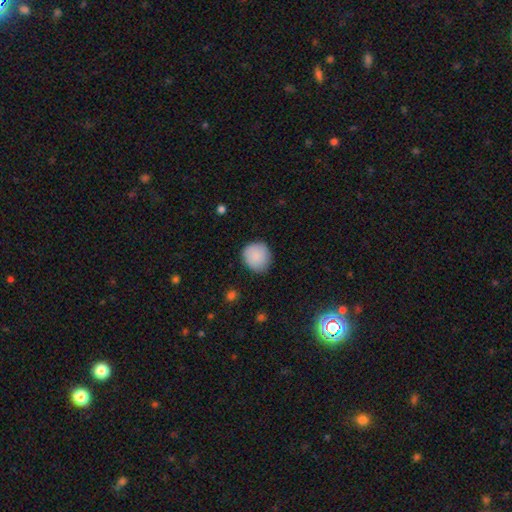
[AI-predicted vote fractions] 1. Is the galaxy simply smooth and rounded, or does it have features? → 88% smooth, 7% star or artifact, 5% featured or disk.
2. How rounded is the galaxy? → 87% round, 12% in between, 1% cigar-shaped.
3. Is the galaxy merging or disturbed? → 83% none, 13% minor disturbance, 3% major disturbance, 1% merger.